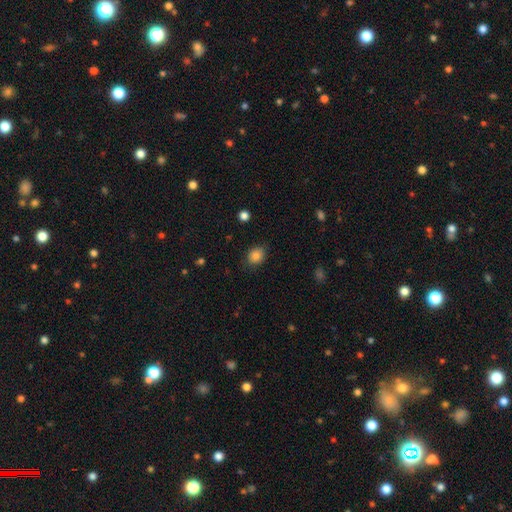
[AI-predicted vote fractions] Morphology: type=smooth (85%); roundness=round (61%); merging=none (80%).